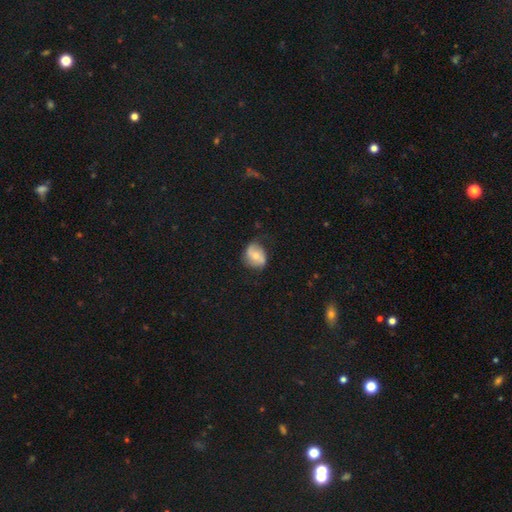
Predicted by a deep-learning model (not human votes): Overall: smooth (48%; featured or disk 44%). Merging: none (65%; minor disturbance 26%).